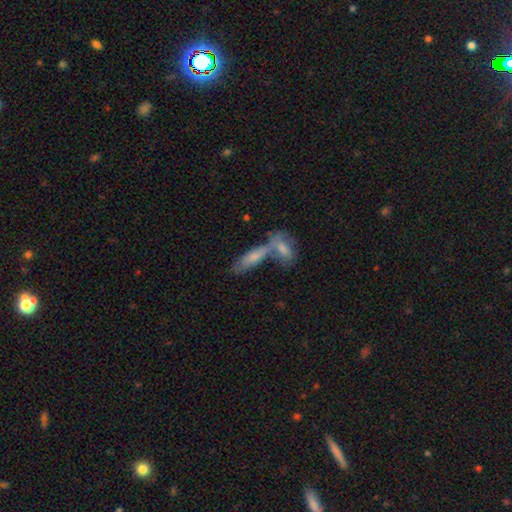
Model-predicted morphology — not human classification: A smooth galaxy with no disk features (47%). Merging: merger (52%).